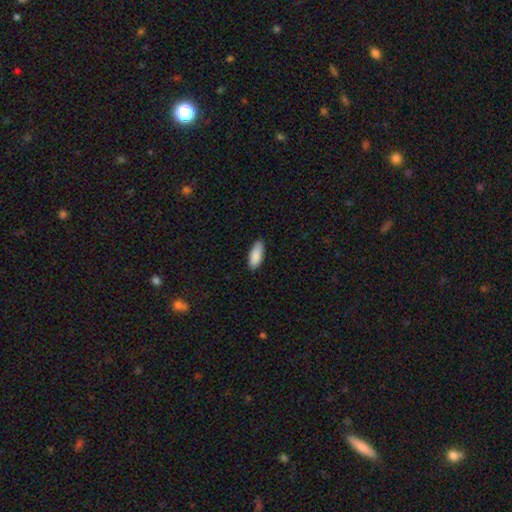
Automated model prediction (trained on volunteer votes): Q: Smooth or featured?
A: smooth (90%); runner-up: star or artifact (6%)
Q: How rounded?
A: in between (82%); runner-up: cigar-shaped (17%)
Q: Merging?
A: none (83%); runner-up: minor disturbance (14%)